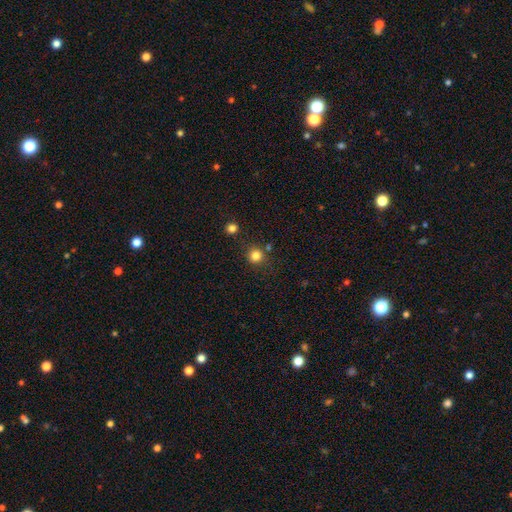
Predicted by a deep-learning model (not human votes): smooth-or-featured: smooth: 82% | star or artifact: 14% | featured or disk: 5%
  how-rounded: round: 92% | in between: 7% | cigar-shaped: 1%
  merging: none: 82% | minor disturbance: 9% | merger: 6% | major disturbance: 3%